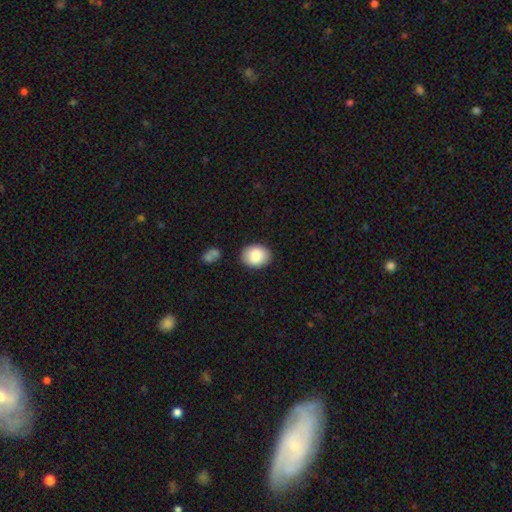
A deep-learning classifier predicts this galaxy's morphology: Overall: smooth (85%). How rounded: in between (53%; round 46%). Merging: none (86%).